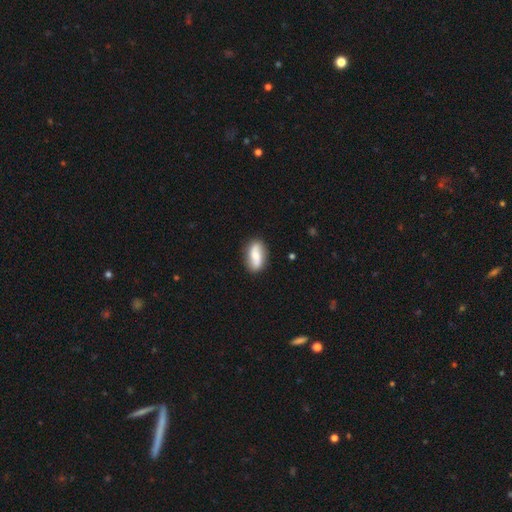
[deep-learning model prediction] A smooth galaxy with no disk features (54%) that is in between round and cigar-shaped (86%). Merging: none (84%).